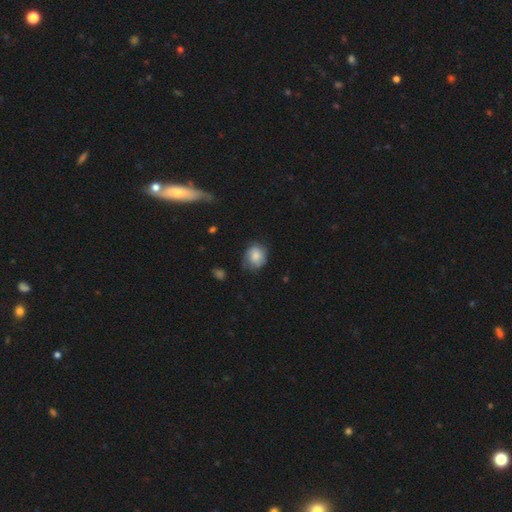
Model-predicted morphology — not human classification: smooth 78%, featured or disk 14%, star or artifact 8%. Down the decision tree: how rounded — round (71%); merging — none (68%).